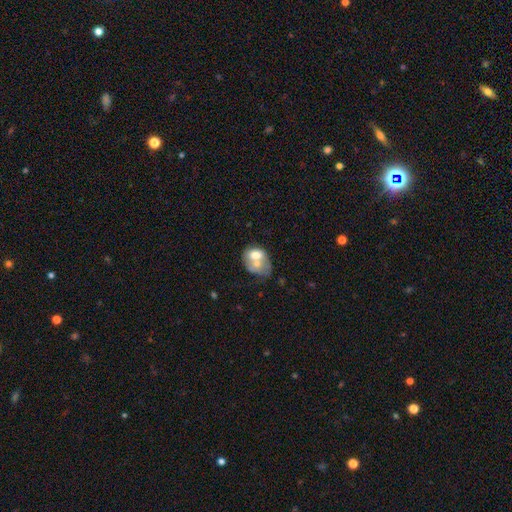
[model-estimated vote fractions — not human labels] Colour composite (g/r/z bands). It shows a smooth galaxy with no disk features (58%) that is in between round and cigar-shaped (65%). Merging: merger (60%).